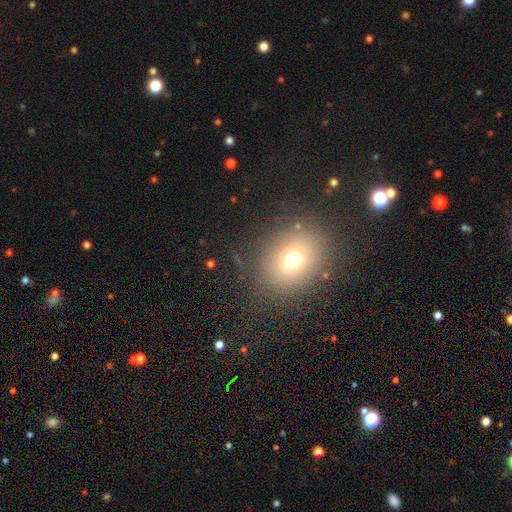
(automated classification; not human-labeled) Q: Smooth or featured?
A: smooth (61%); runner-up: star or artifact (28%)
Q: How rounded?
A: round (59%); runner-up: in between (40%)
Q: Merging?
A: none (87%); runner-up: minor disturbance (8%)